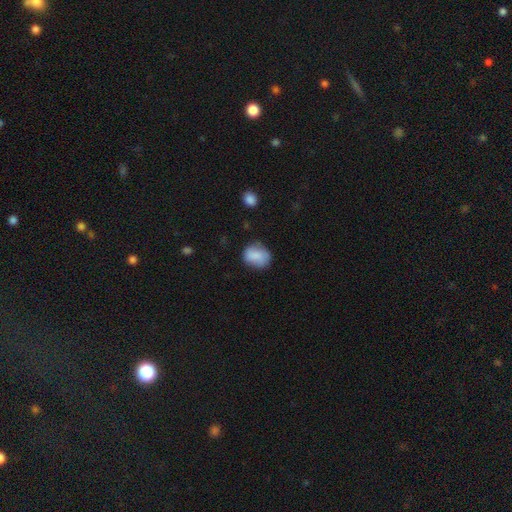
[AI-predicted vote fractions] smooth-or-featured: smooth: 83% | featured or disk: 9% | star or artifact: 8%
  how-rounded: round: 59% | in between: 40% | cigar-shaped: 1%
  merging: none: 66% | minor disturbance: 25% | major disturbance: 7% | merger: 2%